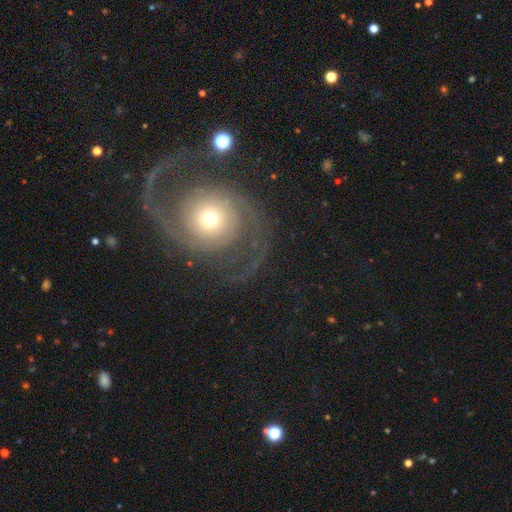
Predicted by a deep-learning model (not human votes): The model was most divided on "bulge size": moderate: 51%, small: 38%, large: 8%, dominant: 2%, none: 1%. More confident: edge-on disk — no (98%); spiral arms — yes (97%); spiral arm count — 2 (93%); smooth or featured — featured or disk (88%); merging — none (79%); bar — no (74%); spiral winding — medium (53%).